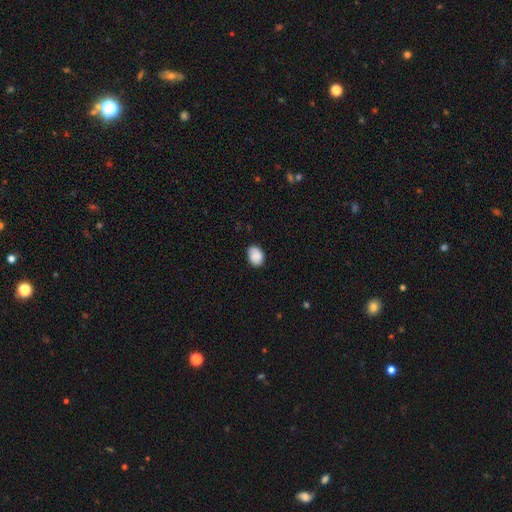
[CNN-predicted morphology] Smooth or featured: smooth — 83% (featured or disk — 9%)
How rounded: in between — 72% (round — 27%)
Merging: none — 76% (minor disturbance — 19%)